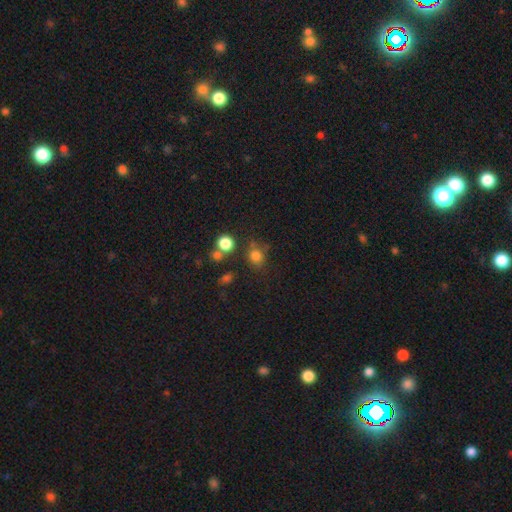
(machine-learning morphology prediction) Q: Smooth or featured?
A: smooth (77%); runner-up: star or artifact (15%)
Q: How rounded?
A: round (69%); runner-up: in between (30%)
Q: Merging?
A: none (64%); runner-up: minor disturbance (18%)